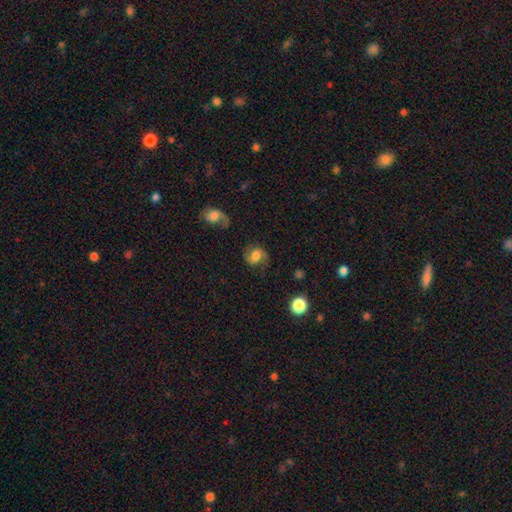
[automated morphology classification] A featured or disk galaxy (63%) with a weak bar (43%, tied with no), 2 (90%) medium (44%, tied with loose) spiral arms (92%) and a moderate central bulge (48%).

Vote fractions:
- Smooth or featured? featured or disk: 63% / smooth: 28% / star or artifact: 9%
- Edge-on disk? no: 97% / yes: 3%
- Bar? weak: 43% (tied) / no: 43% (tied) / strong: 14%
- Spiral arms? yes: 92% / no: 8%
- Spiral winding? medium: 44% (tied) / loose: 44% (tied) / tight: 12%
- Spiral arm count? 2: 90% / can't tell: 4% / 1: 4% / 3: 1% / 4: 1% / more than 4: 1%
- Bulge size? moderate: 48% / large: 29% / small: 14% / none: 6% / dominant: 4%
- Merging? none: 72% / minor disturbance: 16% / major disturbance: 9% / merger: 3%